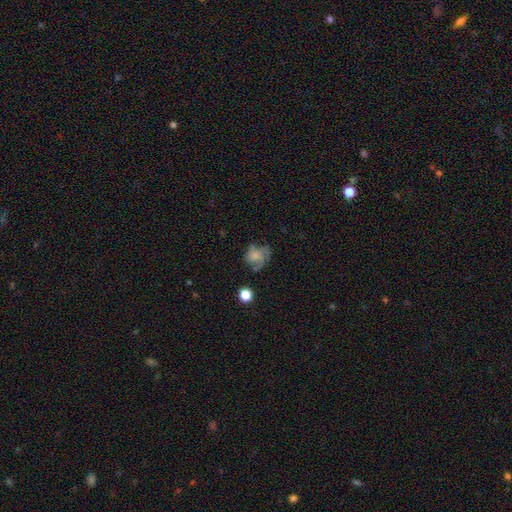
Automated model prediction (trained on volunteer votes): Smooth or featured? featured or disk (56%)
Edge-on disk? no (98%)
Bar? no (79%)
Spiral arms? yes (83%)
Bulge size? small (38%)
Merging? none (52%)